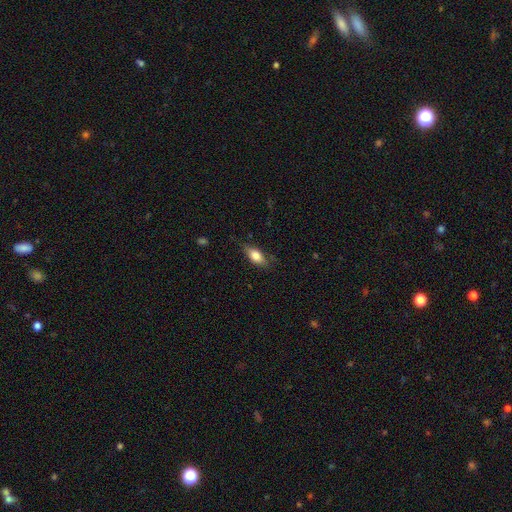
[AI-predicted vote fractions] The model was most divided on "merging": none: 73%, minor disturbance: 20%, major disturbance: 5%, merger: 1%. More confident: how rounded — in between (83%); smooth or featured — smooth (76%).